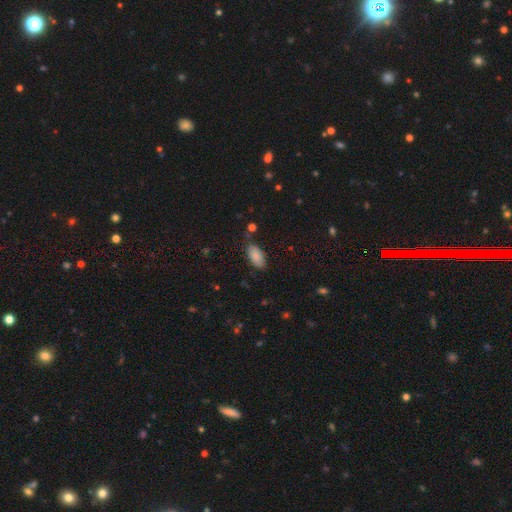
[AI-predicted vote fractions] smooth_or_featured: smooth (p=0.85) [alt: featured or disk p=0.08]
how_rounded: in between (p=0.92) [alt: cigar-shaped p=0.06]
merging: none (p=0.78) [alt: minor disturbance p=0.17]